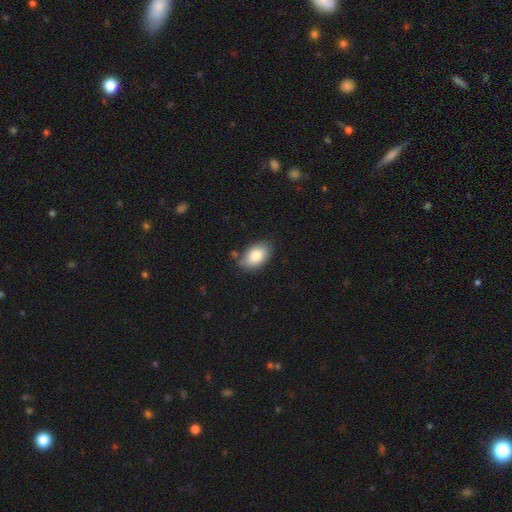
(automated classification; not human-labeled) Smooth or featured?
  - smooth: 83% *
  - featured or disk: 10%
  - star or artifact: 7%
How rounded?
  - in between: 91% *
  - round: 7%
  - cigar-shaped: 1%
Merging?
  - none: 78% *
  - minor disturbance: 15%
  - merger: 3%
  - major disturbance: 3%